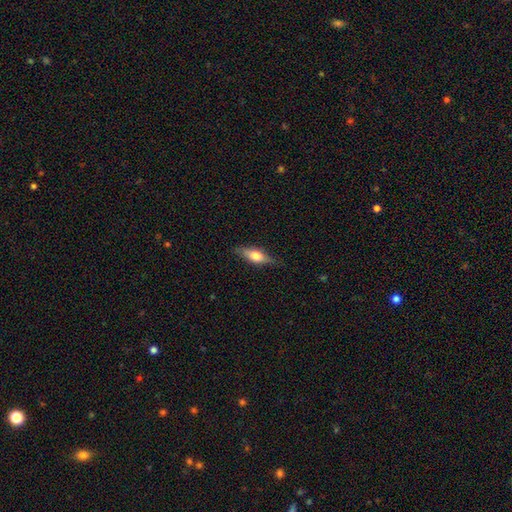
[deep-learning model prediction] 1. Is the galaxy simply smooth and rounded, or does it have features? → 55% smooth, 39% featured or disk, 6% star or artifact.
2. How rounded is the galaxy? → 58% in between, 38% cigar-shaped, 4% round.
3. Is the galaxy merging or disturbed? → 82% none, 14% minor disturbance, 3% major disturbance, 1% merger.